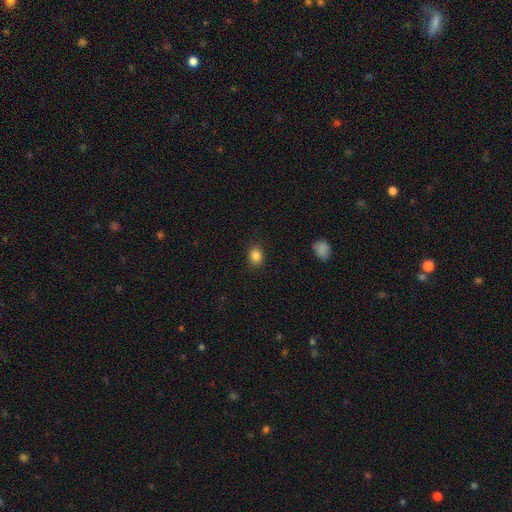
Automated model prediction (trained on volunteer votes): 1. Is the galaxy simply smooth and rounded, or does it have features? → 85% smooth, 10% star or artifact, 5% featured or disk.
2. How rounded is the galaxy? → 51% round, 48% in between, 1% cigar-shaped.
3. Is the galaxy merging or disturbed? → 87% none, 9% minor disturbance, 2% major disturbance, 1% merger.